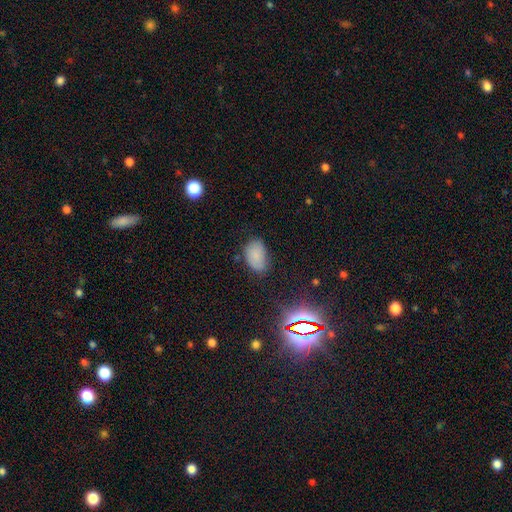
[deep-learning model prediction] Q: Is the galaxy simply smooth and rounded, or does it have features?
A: smooth — 79%.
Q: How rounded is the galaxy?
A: in between — 90%.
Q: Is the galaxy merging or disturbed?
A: none — 71%.